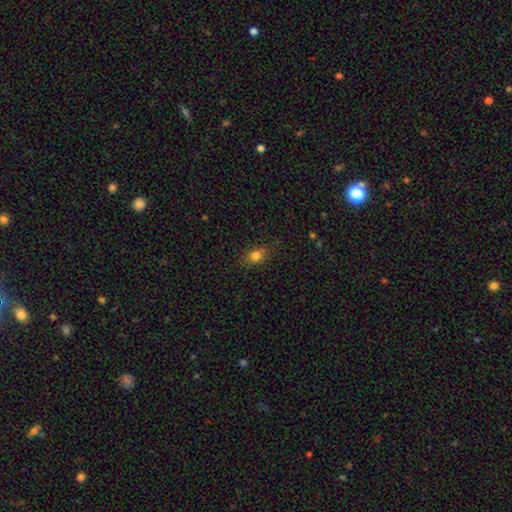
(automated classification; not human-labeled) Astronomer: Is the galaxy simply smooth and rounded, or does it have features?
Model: smooth — 80%.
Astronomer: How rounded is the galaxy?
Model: in between — 65%.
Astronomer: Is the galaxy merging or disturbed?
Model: none — 78%.